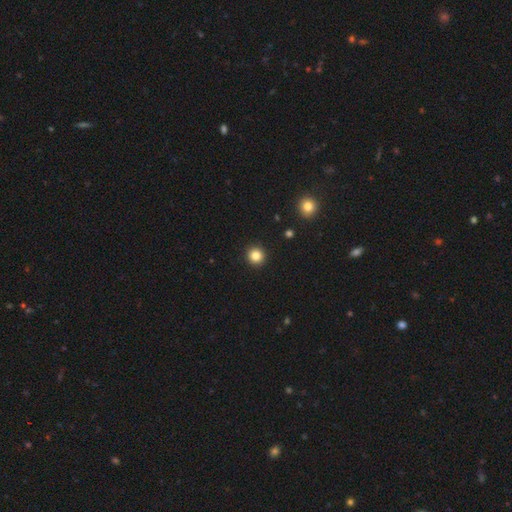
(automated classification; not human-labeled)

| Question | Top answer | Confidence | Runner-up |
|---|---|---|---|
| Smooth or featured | smooth | 83% | star or artifact (12%) |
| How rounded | round | 95% | in between (5%) |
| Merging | none | 93% | minor disturbance (4%) |